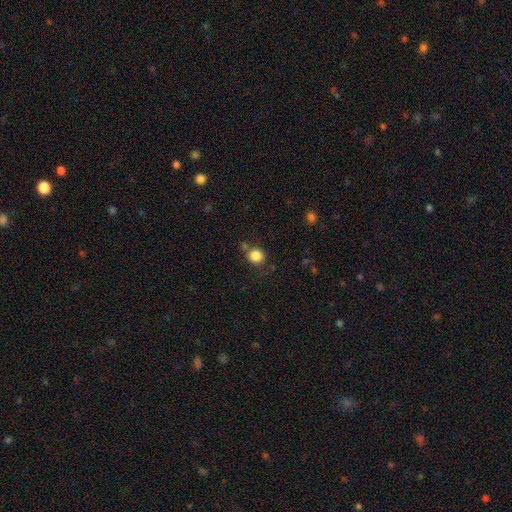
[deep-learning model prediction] smooth 85%, star or artifact 11%, featured or disk 4%. Down the decision tree: how rounded — round (90%); merging — none (76%).